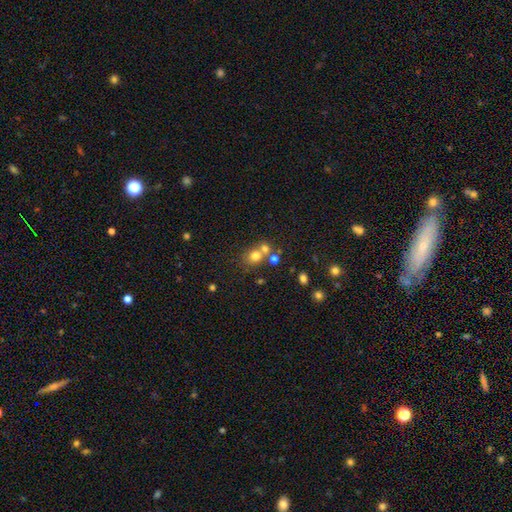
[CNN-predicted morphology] This is likely a smooth galaxy (72%). How rounded: likely round (77%). Merging: possibly none (46%).